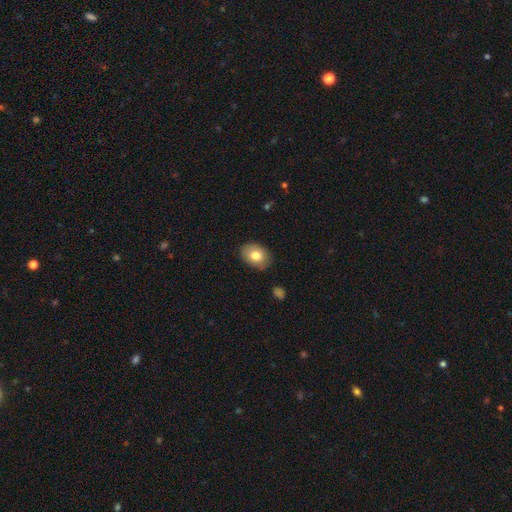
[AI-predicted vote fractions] Smooth or featured? Predicted: smooth (p=0.79). How rounded? Predicted: in between (p=0.76). Merging? Predicted: none (p=0.85).